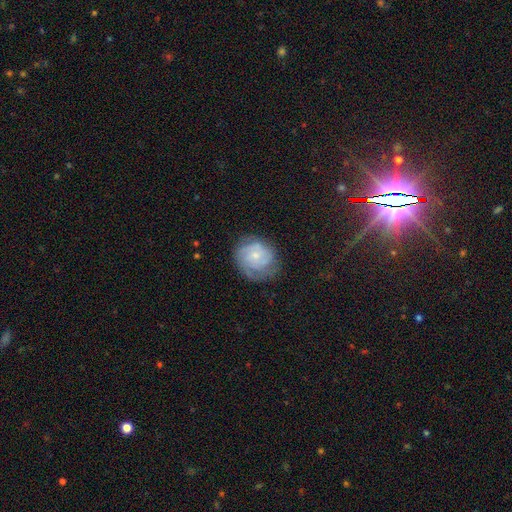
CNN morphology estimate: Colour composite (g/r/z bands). It shows a featured or disk galaxy (65%) with no bar (75%), tight (61%) spiral arms (90%) and a small central bulge (67%). Merging: none (68%).